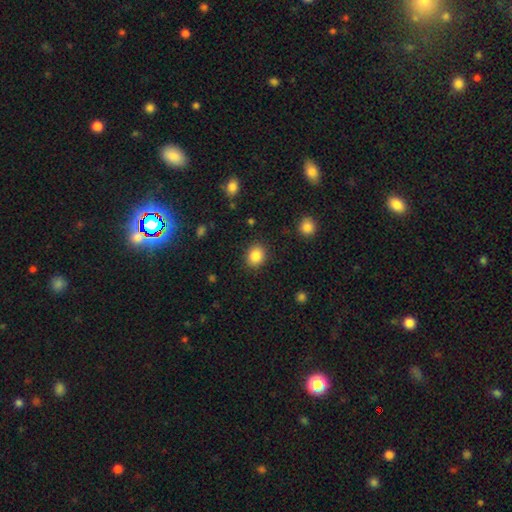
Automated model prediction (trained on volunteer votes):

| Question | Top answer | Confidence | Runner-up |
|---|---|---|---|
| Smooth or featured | smooth | 86% | star or artifact (9%) |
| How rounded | round | 60% | in between (39%) |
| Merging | none | 88% | minor disturbance (8%) |